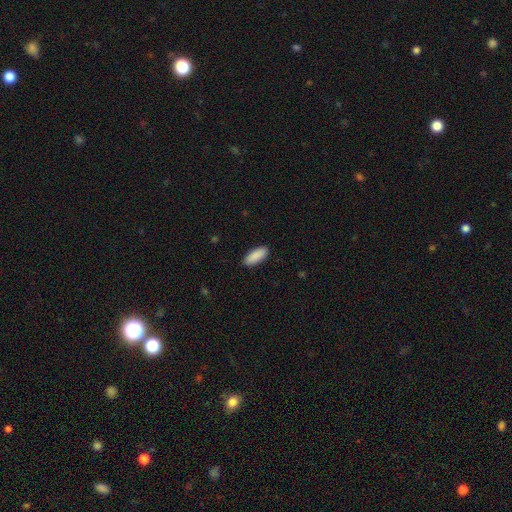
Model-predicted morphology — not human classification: smooth 91%, star or artifact 5%, featured or disk 4%. Down the decision tree: how rounded — in between (80%); merging — none (90%).